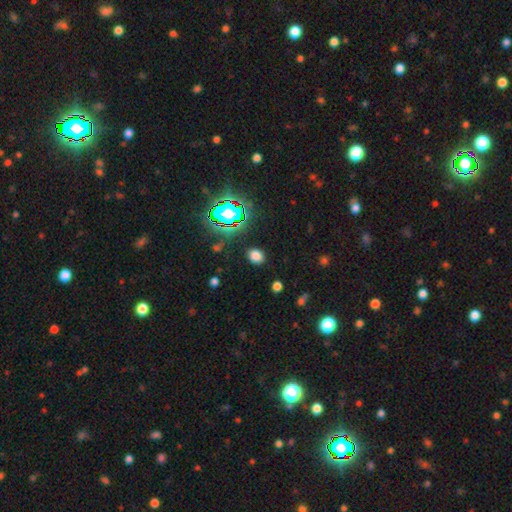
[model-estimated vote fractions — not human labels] Overall: smooth (72%). How rounded: round (55%; in between 43%). Merging: none (87%).